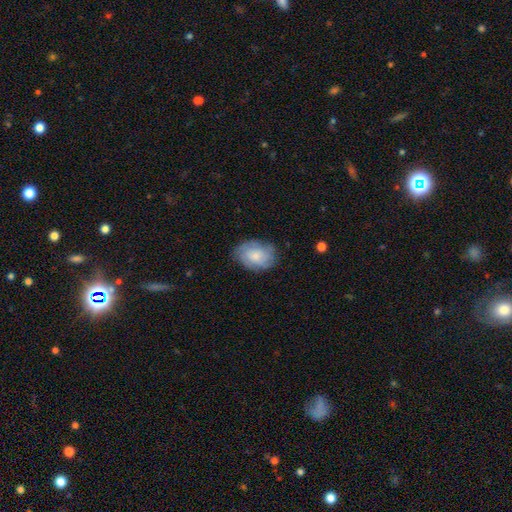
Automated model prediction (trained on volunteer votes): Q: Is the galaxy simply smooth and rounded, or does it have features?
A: smooth — 63%.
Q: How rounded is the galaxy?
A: in between — 76%.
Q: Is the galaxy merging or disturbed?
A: none — 74%.